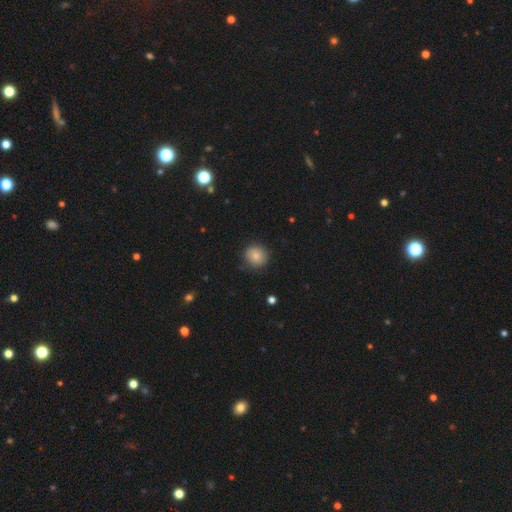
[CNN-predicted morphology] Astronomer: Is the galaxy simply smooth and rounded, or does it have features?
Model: smooth — 82%.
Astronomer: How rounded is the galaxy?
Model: round — 87%.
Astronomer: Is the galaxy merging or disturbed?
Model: none — 80%.